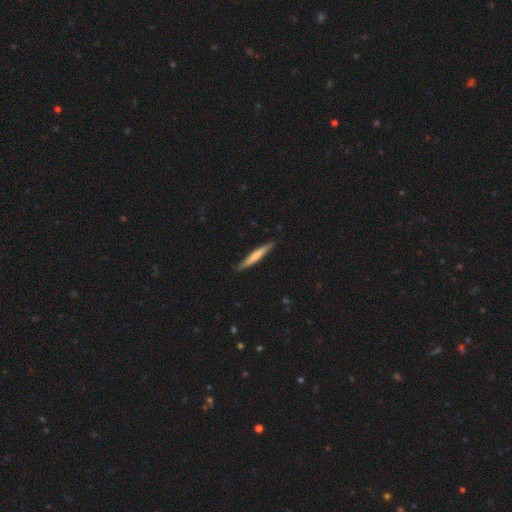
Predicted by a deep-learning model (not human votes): smooth 64%, featured or disk 31%, star or artifact 5%. Down the decision tree: how rounded — cigar-shaped (95%); merging — none (88%).